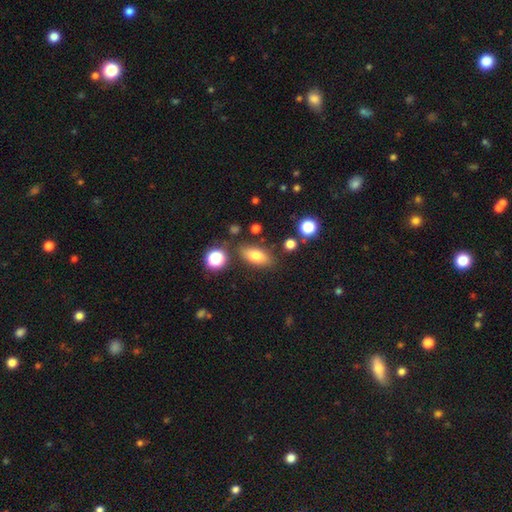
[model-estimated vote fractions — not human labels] Smooth or featured? Predicted: smooth (p=0.75). How rounded? Predicted: in between (p=0.79). Merging? Predicted: none (p=0.79).